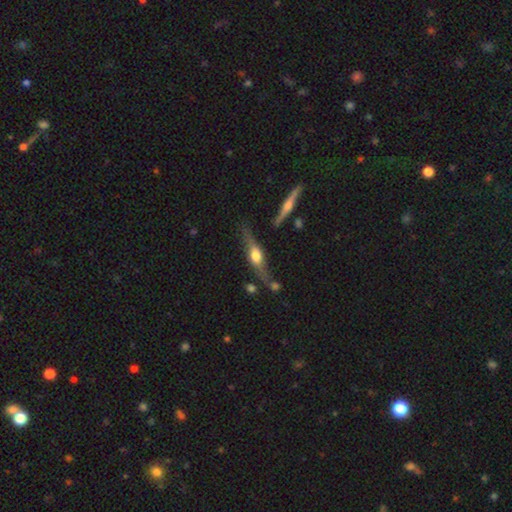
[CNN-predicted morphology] Smooth or featured: featured or disk — 68% (smooth — 25%)
Edge-on disk: yes — 91% (no — 9%)
Edge-on bulge: rounded — 90% (boxy — 7%)
Merging: none — 70% (minor disturbance — 16%)